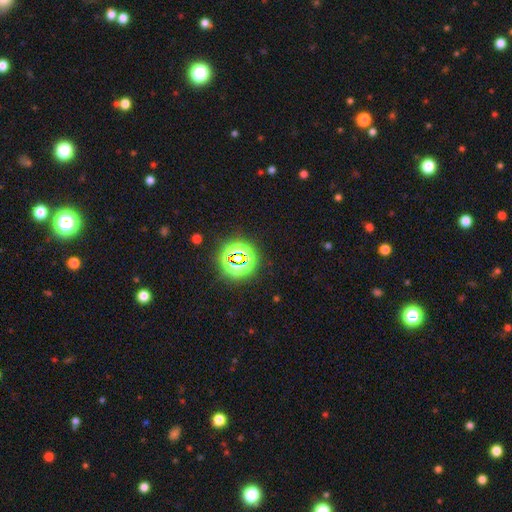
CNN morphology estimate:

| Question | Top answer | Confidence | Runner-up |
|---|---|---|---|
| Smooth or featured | star or artifact | 80% | smooth (14%) |